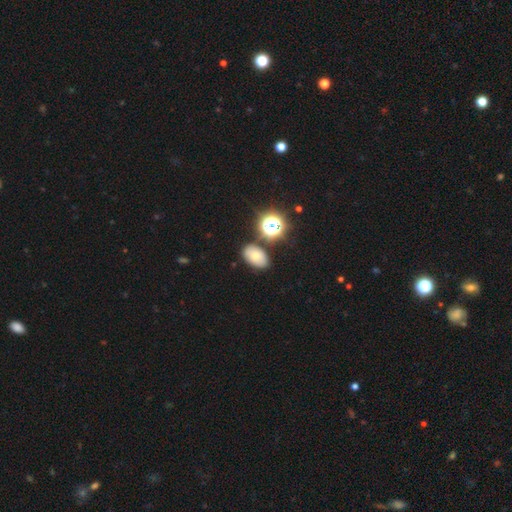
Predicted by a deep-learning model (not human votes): Smooth or featured?
  - smooth: 68% *
  - star or artifact: 18%
  - featured or disk: 14%
How rounded?
  - in between: 82% *
  - round: 16%
  - cigar-shaped: 1%
Merging?
  - none: 78% *
  - minor disturbance: 11%
  - merger: 7%
  - major disturbance: 3%